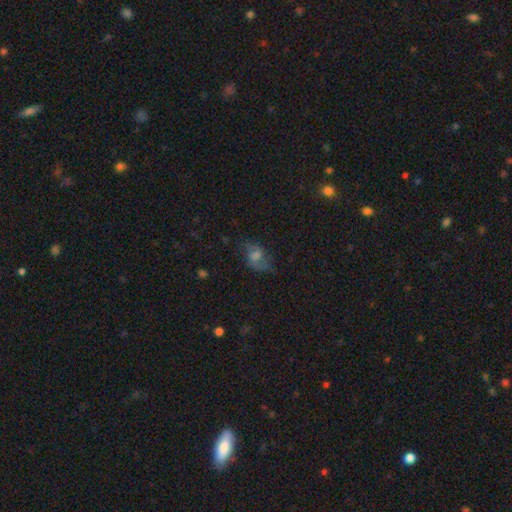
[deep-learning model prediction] smooth-or-featured: featured or disk: 52% | smooth: 32% | star or artifact: 16%
  disk-edge-on: no: 94% | yes: 6%
  merging: none: 64% | minor disturbance: 21% | major disturbance: 13% | merger: 2%